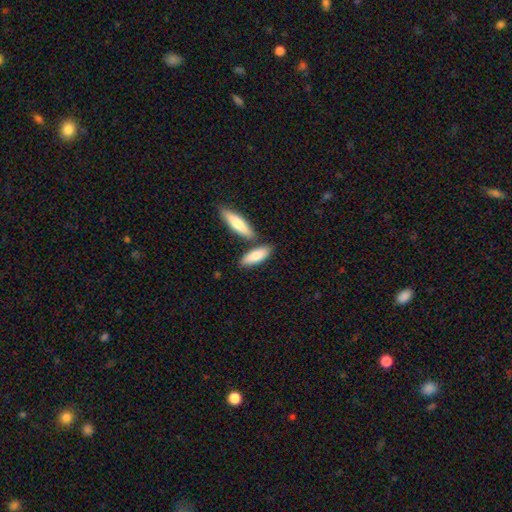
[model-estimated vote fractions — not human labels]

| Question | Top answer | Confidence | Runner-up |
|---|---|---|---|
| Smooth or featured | smooth | 81% | featured or disk (13%) |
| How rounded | in between | 63% | cigar-shaped (35%) |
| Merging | none | 66% | merger (19%) |